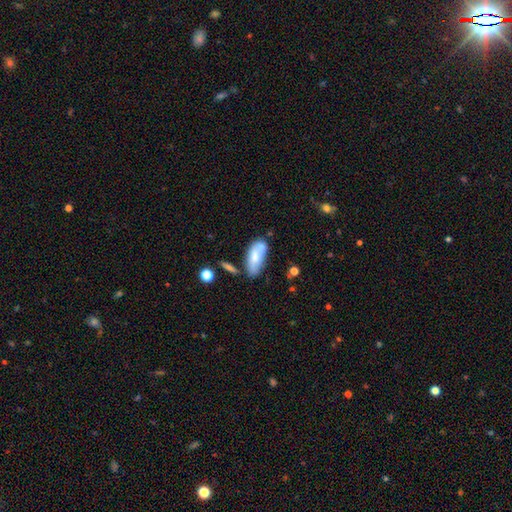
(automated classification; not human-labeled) smooth-or-featured: smooth: 69% | featured or disk: 23% | star or artifact: 7%
  how-rounded: in between: 87% | cigar-shaped: 11% | round: 2%
  merging: none: 46% | minor disturbance: 28% | merger: 16% | major disturbance: 10%